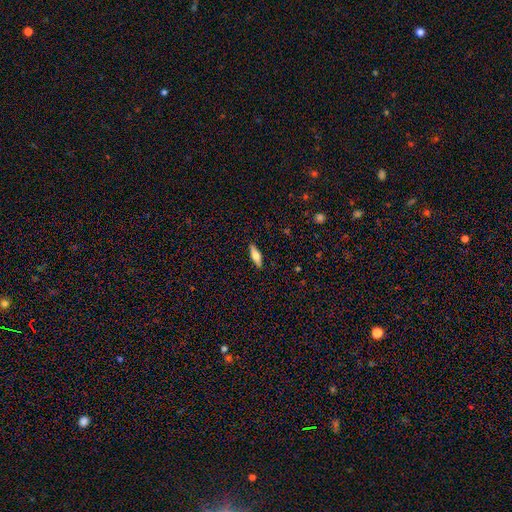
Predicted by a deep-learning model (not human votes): smooth 61%, featured or disk 33%, star or artifact 7%. Down the decision tree: how rounded — in between (54%); merging — none (89%).